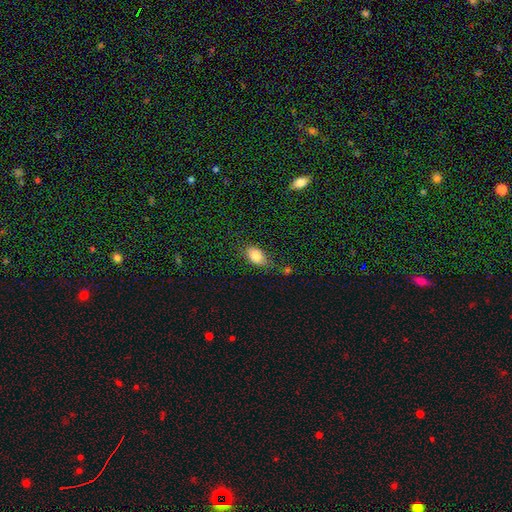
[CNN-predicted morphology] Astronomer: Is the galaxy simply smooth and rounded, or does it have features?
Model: smooth — 82%.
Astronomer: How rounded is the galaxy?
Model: in between — 86%.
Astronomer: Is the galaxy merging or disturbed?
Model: none — 71%.